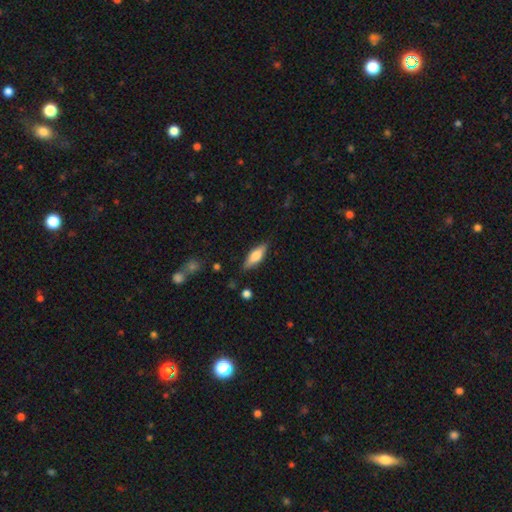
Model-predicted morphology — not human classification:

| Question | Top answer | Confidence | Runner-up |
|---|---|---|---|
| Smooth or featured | smooth | 71% | featured or disk (23%) |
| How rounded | in between | 60% | cigar-shaped (38%) |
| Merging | none | 82% | minor disturbance (13%) |